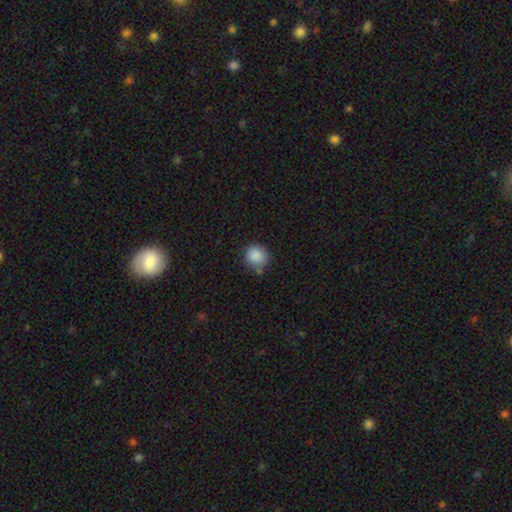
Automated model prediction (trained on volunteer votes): smooth-or-featured: smooth: 87% | star or artifact: 9% | featured or disk: 4%
  how-rounded: round: 84% | in between: 15% | cigar-shaped: 1%
  merging: none: 72% | minor disturbance: 18% | merger: 6% | major disturbance: 4%